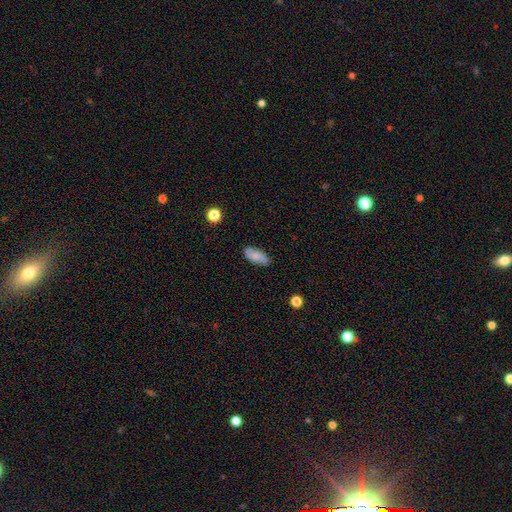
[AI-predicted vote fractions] This appears to be a smooth galaxy with no disk features (65%) that is in between round and cigar-shaped (87%). Merging: none (76%).